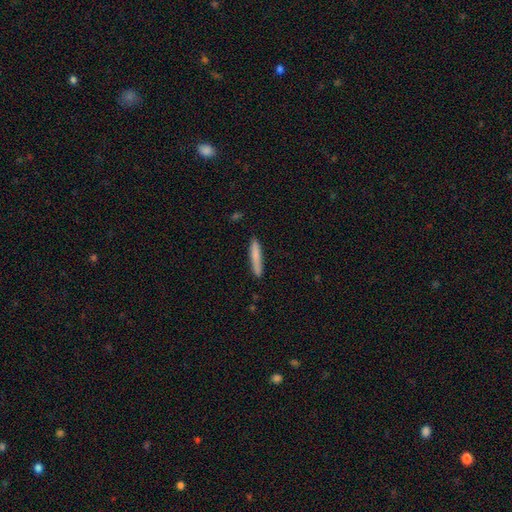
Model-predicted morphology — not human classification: smooth_or_featured: smooth (p=0.79) [alt: featured or disk p=0.15]
how_rounded: cigar-shaped (p=0.94) [alt: in between p=0.05]
merging: none (p=0.86) [alt: minor disturbance p=0.10]